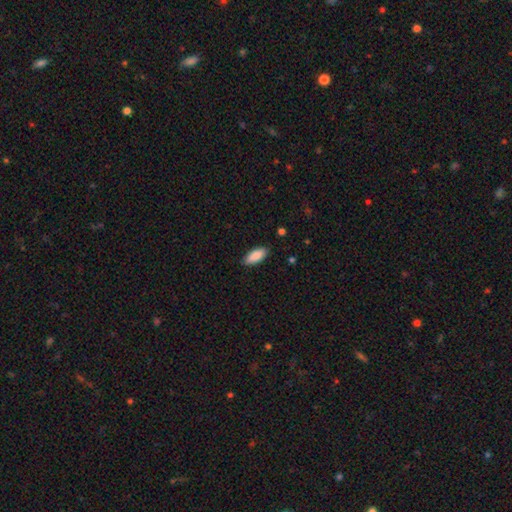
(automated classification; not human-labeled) Morphology: type=smooth (90%); roundness=in between (86%); merging=none (87%).